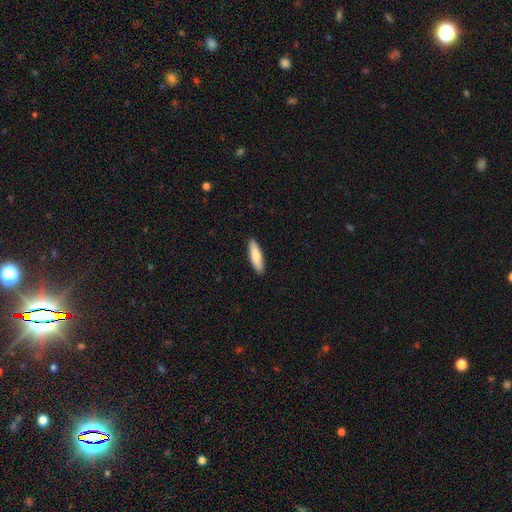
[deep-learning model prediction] Smooth or featured: smooth — 81% (featured or disk — 13%)
How rounded: cigar-shaped — 61% (in between — 37%)
Merging: none — 90% (minor disturbance — 7%)